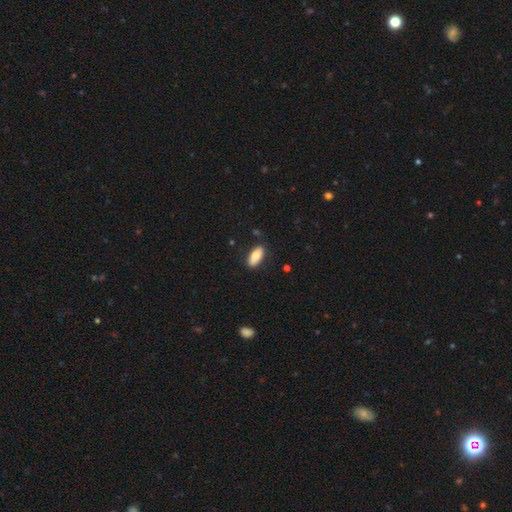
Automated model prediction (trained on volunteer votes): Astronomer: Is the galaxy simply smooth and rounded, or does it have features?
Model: smooth — 78%.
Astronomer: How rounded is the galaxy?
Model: in between — 85%.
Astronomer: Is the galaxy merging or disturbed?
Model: none — 84%.